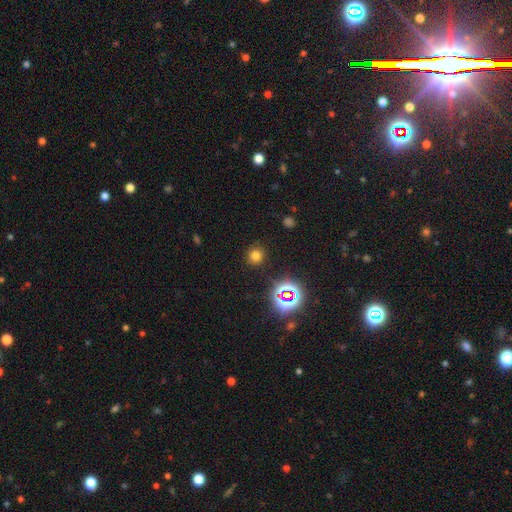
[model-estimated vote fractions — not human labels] Smooth or featured? Predicted: smooth (p=0.70). How rounded? Predicted: round (p=0.90). Merging? Predicted: none (p=0.88).